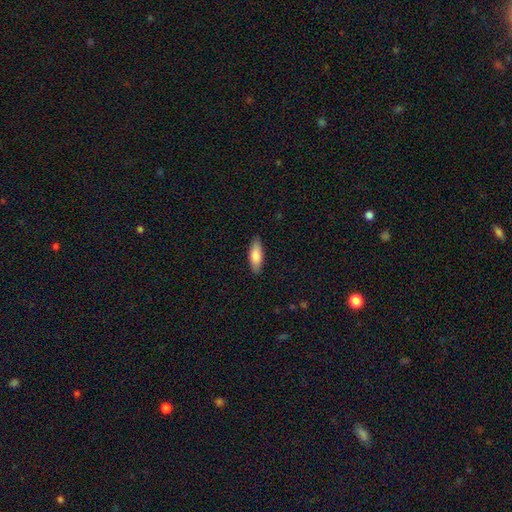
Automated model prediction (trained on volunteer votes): Smooth or featured? Predicted: smooth (p=0.82). How rounded? Predicted: in between (p=0.65). Merging? Predicted: none (p=0.87).